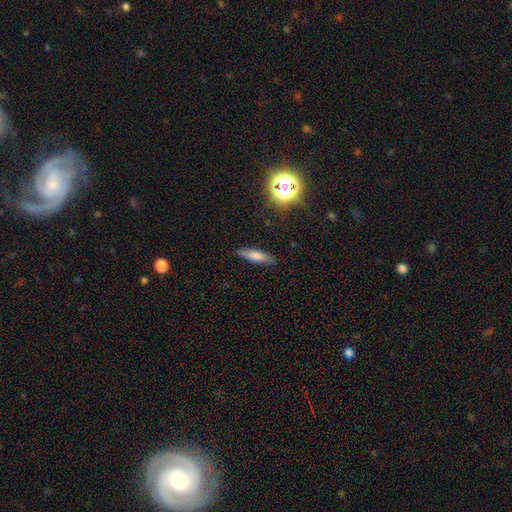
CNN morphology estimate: This is likely a smooth galaxy (74%). How rounded: possibly cigar-shaped (58%). Merging: clearly none (84%).